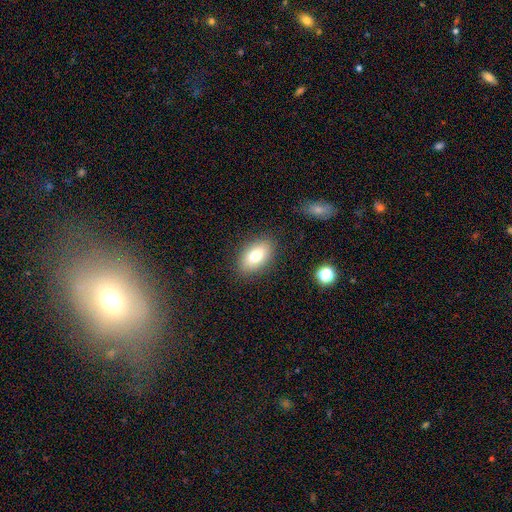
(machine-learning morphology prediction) type=smooth (76%); roundness=in between (90%); merging=none (86%).